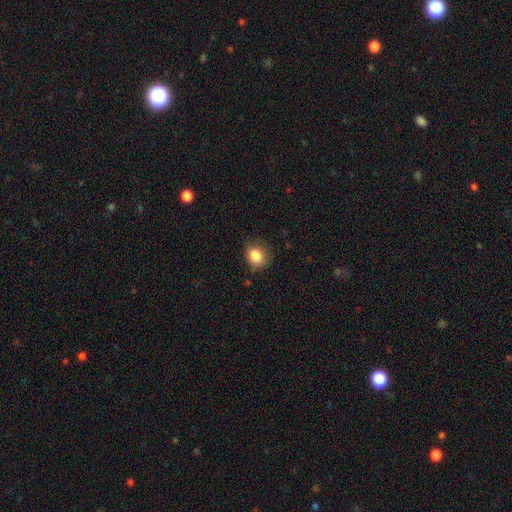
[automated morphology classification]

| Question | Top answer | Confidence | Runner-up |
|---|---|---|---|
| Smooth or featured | smooth | 86% | star or artifact (9%) |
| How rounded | round | 55% | in between (44%) |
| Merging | none | 75% | minor disturbance (19%) |